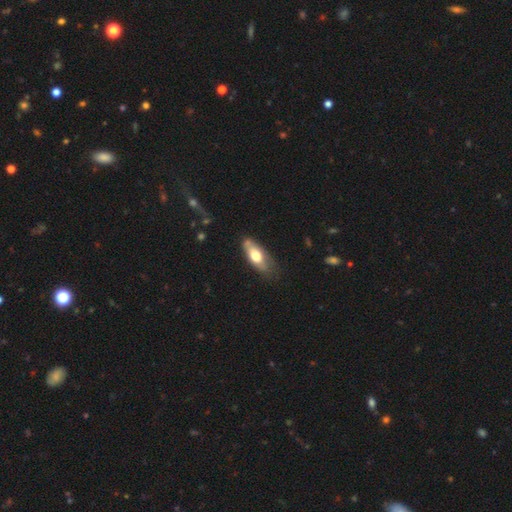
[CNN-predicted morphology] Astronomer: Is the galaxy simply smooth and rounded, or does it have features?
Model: smooth — 60%.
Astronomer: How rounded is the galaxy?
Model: in between — 76%.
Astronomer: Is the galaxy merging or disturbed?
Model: none — 63%.